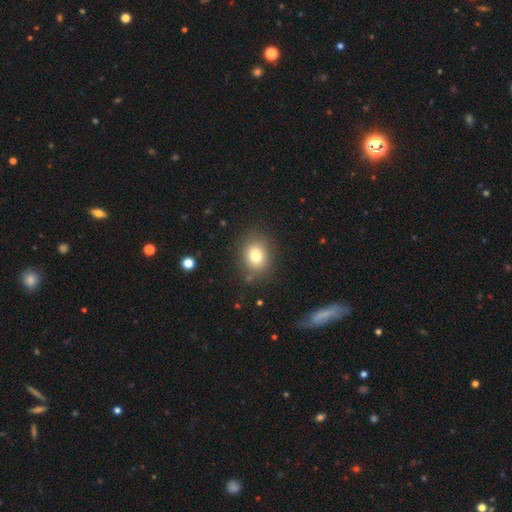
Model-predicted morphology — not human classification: A smooth galaxy with no disk features (78%) that is round (55%). Merging: none (83%).